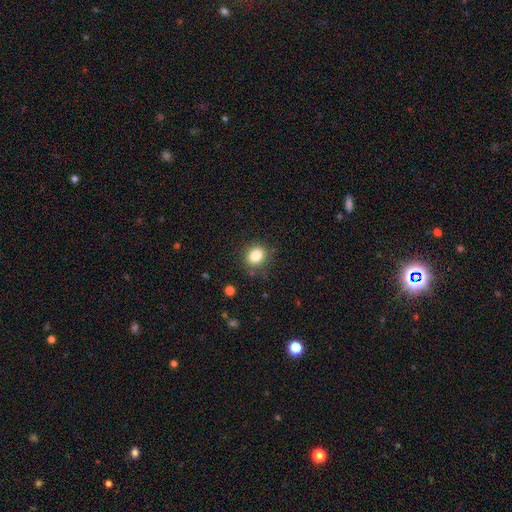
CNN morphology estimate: Overall: smooth (83%). How rounded: round (65%; in between 34%). Merging: none (84%).